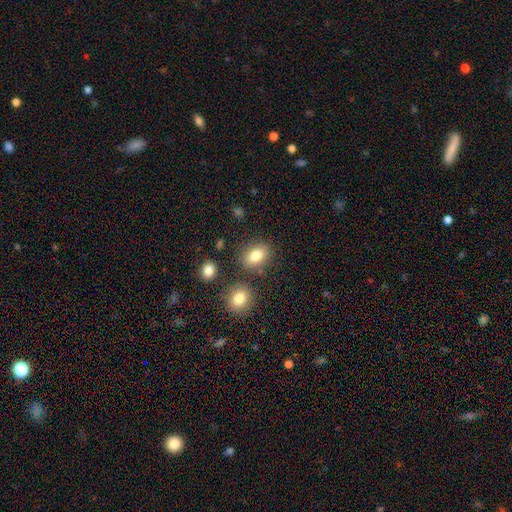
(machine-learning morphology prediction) The model was most divided on "how rounded": in between: 71%, round: 27%, cigar-shaped: 2%. More confident: smooth or featured — smooth (81%); merging — none (75%).